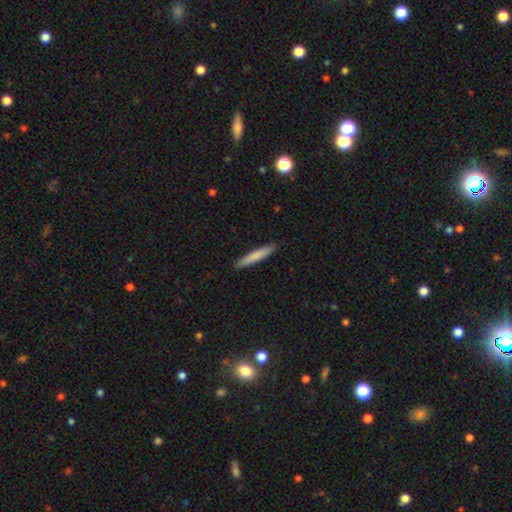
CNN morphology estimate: Smooth or featured? Predicted: smooth (p=0.77). How rounded? Predicted: cigar-shaped (p=0.94). Merging? Predicted: none (p=0.91).